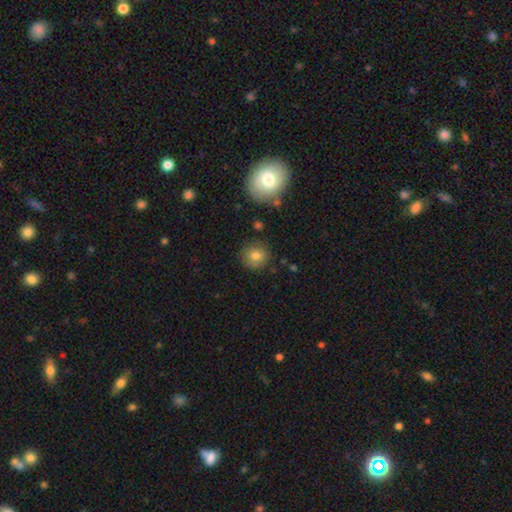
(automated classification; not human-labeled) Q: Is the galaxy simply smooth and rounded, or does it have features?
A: smooth — 76%.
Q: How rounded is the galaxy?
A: round — 91%.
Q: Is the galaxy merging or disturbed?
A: none — 84%.